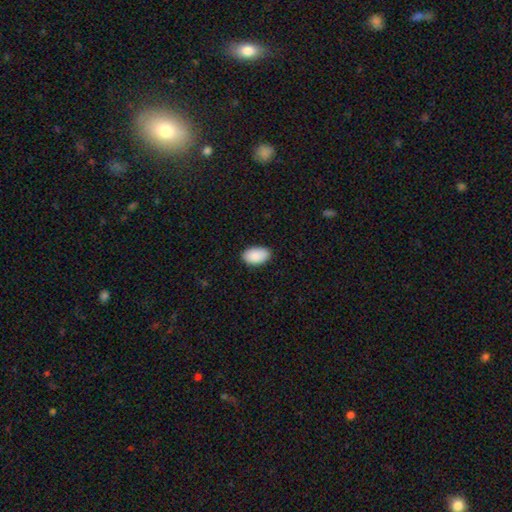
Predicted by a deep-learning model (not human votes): smooth_or_featured: smooth (p=0.90) [alt: star or artifact p=0.06]
how_rounded: in between (p=0.94) [alt: round p=0.05]
merging: none (p=0.86) [alt: minor disturbance p=0.11]